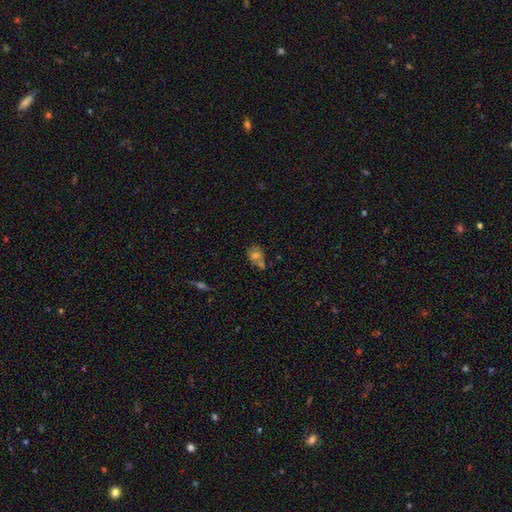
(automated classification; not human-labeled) Smooth or featured: smooth — 60% (featured or disk — 26%)
How rounded: round — 56% (in between — 42%)
Merging: none — 49% (merger — 26%)